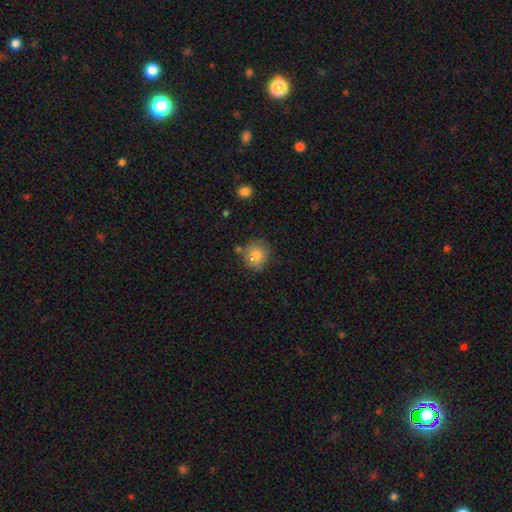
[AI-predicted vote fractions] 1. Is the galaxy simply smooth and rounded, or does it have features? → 81% smooth, 9% featured or disk, 9% star or artifact.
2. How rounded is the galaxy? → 88% round, 11% in between, 1% cigar-shaped.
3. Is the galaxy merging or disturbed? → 74% none, 15% minor disturbance, 7% merger, 4% major disturbance.